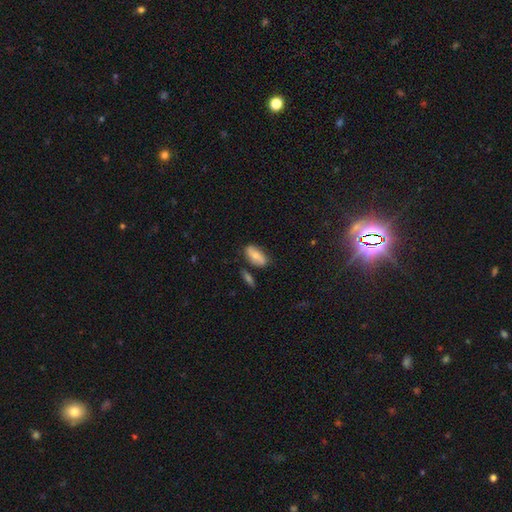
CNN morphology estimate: A smooth galaxy with no disk features (70%) that is in between round and cigar-shaped (88%). Merging: none (72%).